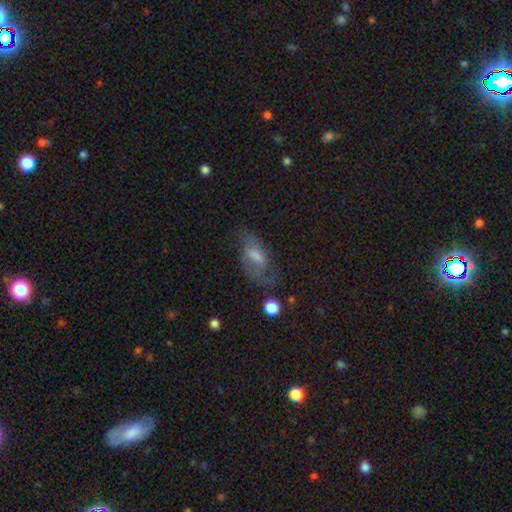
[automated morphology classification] smooth_or_featured: featured or disk (p=0.58) [alt: smooth p=0.29]
disk_edge_on: no (p=0.91) [alt: yes p=0.09]
bar: weak (p=0.51) [alt: no p=0.33]
has_spiral_arms: yes (p=0.82) [alt: no p=0.18]
bulge_size: moderate (p=0.47) [alt: small p=0.28]
merging: none (p=0.60) [alt: minor disturbance p=0.22]